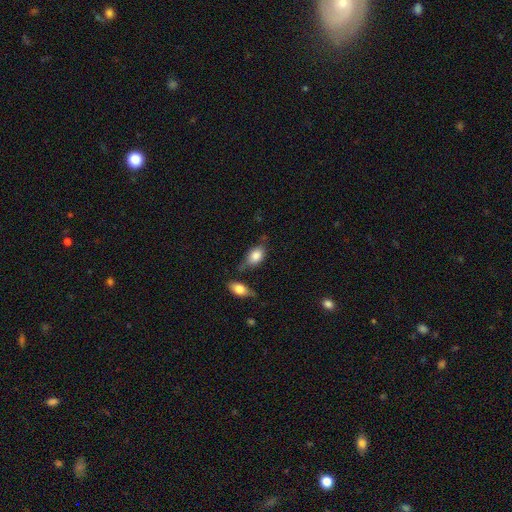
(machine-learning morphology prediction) The model was most divided on "merging": none: 50%, minor disturbance: 27%, merger: 15%, major disturbance: 8%. More confident: how rounded — in between (86%); smooth or featured — smooth (84%).